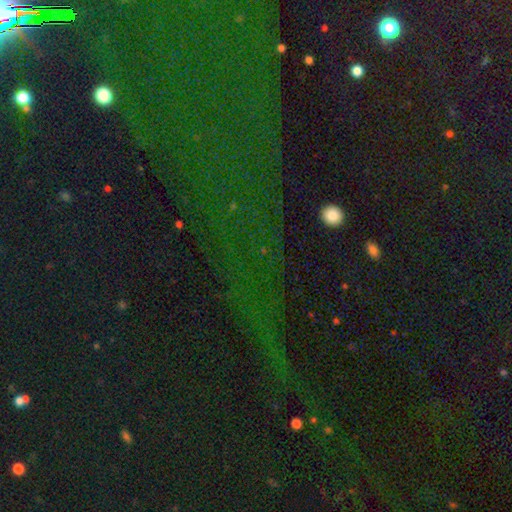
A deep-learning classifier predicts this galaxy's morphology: A star or artifact, not a galaxy (78%).